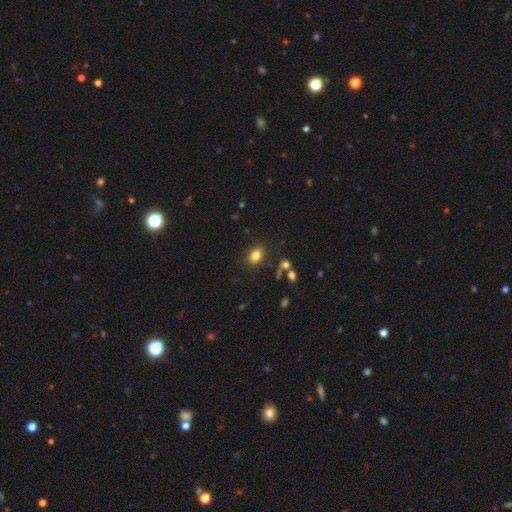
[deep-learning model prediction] Morphology: type=smooth (80%); roundness=in between (62%); merging=none (83%).